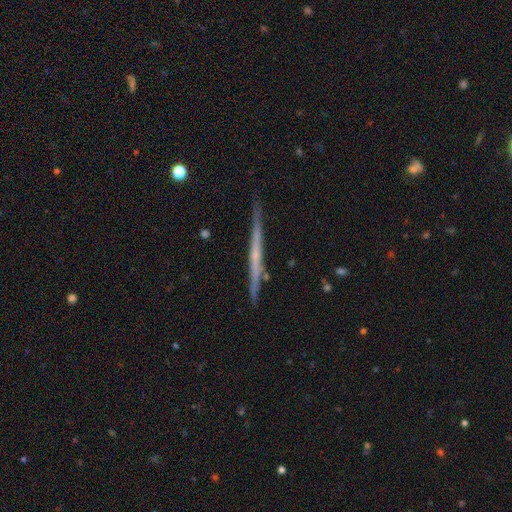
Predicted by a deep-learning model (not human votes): A featured or disk galaxy (69%) viewed edge-on (98%) with no central bulge (72%).

Vote fractions:
- Smooth or featured? featured or disk: 69% / smooth: 25% / star or artifact: 6%
- Edge-on disk? yes: 98% / no: 2%
- Edge-on bulge? none: 72% / rounded: 22% / boxy: 6%
- Merging? none: 88% / minor disturbance: 9% / major disturbance: 2% / merger: 2%